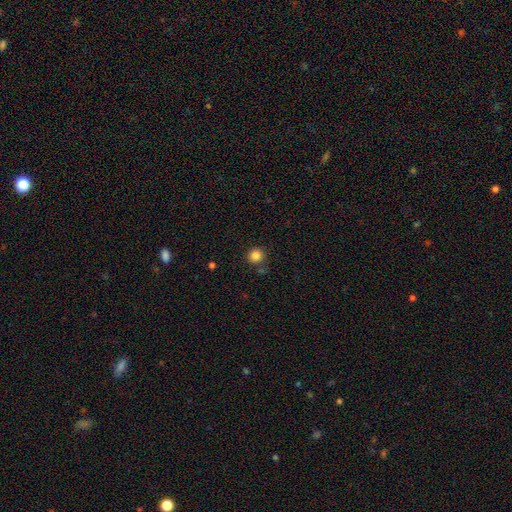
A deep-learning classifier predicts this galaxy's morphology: smooth_or_featured: smooth (p=0.84) [alt: star or artifact p=0.12]
how_rounded: round (p=0.93) [alt: in between p=0.06]
merging: none (p=0.82) [alt: minor disturbance p=0.09]